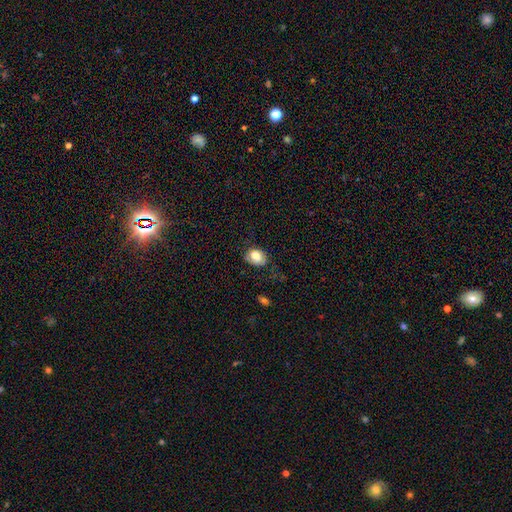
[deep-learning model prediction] Q: Smooth or featured?
A: smooth (77%); runner-up: featured or disk (14%)
Q: How rounded?
A: in between (70%); runner-up: round (29%)
Q: Merging?
A: none (62%); runner-up: minor disturbance (26%)